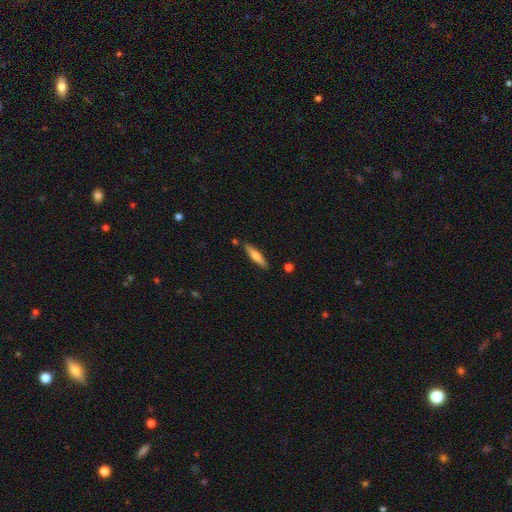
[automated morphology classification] Q: Smooth or featured?
A: smooth (53%); runner-up: featured or disk (41%)
Q: How rounded?
A: cigar-shaped (83%); runner-up: in between (15%)
Q: Merging?
A: none (85%); runner-up: minor disturbance (10%)